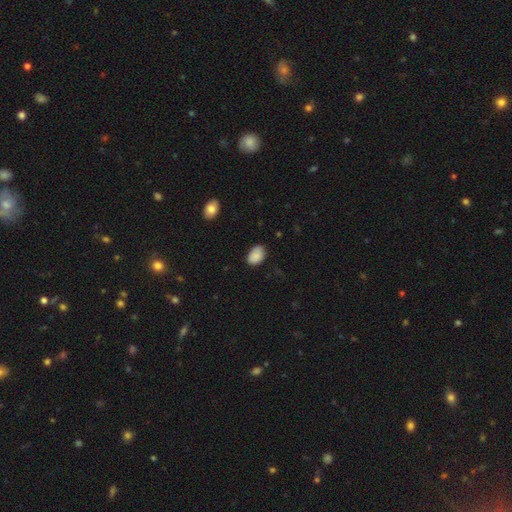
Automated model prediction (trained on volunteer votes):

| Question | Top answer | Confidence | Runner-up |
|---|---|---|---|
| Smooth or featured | smooth | 88% | star or artifact (7%) |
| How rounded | in between | 85% | round (14%) |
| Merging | none | 75% | minor disturbance (20%) |